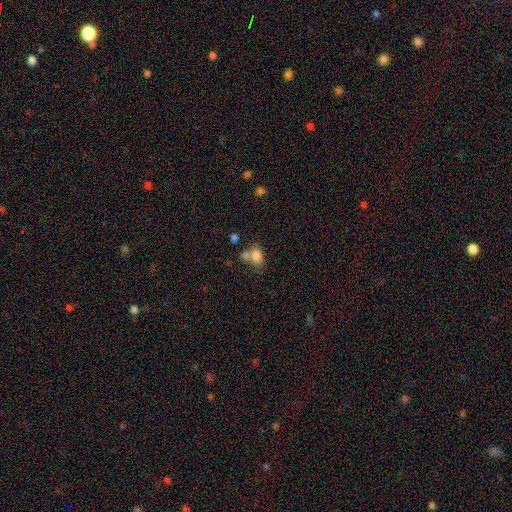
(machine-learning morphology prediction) type=smooth (79%); roundness=in between (75%); merging=none (41%).